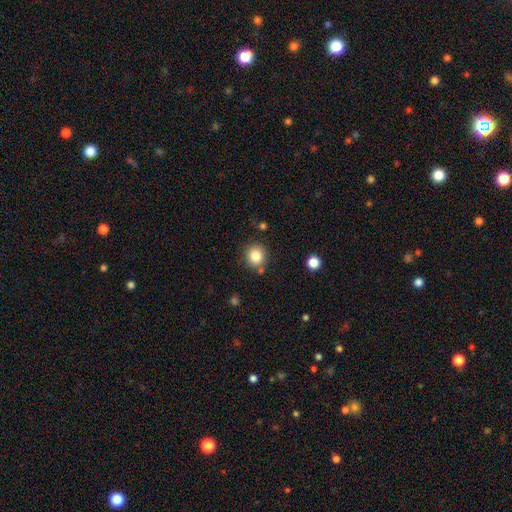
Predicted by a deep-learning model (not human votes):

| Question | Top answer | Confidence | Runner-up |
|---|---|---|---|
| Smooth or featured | smooth | 82% | star or artifact (11%) |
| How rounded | round | 90% | in between (9%) |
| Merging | none | 82% | minor disturbance (10%) |